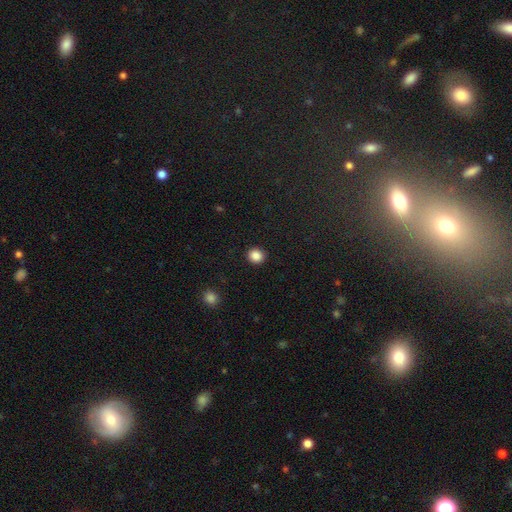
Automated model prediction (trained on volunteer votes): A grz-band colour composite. It shows a smooth galaxy with no disk features (87%) that is round (84%). Merging: none (92%).